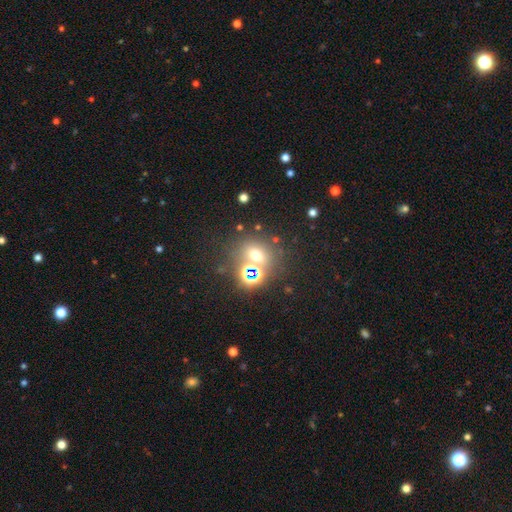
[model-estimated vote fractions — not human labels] Smooth or featured: smooth — 53% (star or artifact — 34%)
How rounded: round — 69% (in between — 30%)
Merging: none — 65% (merger — 20%)